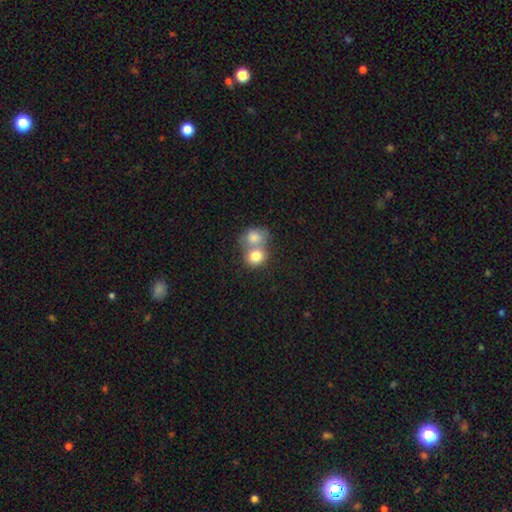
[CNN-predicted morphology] This is likely a smooth galaxy (79%). How rounded: likely round (72%). Merging: likely merger (64%).